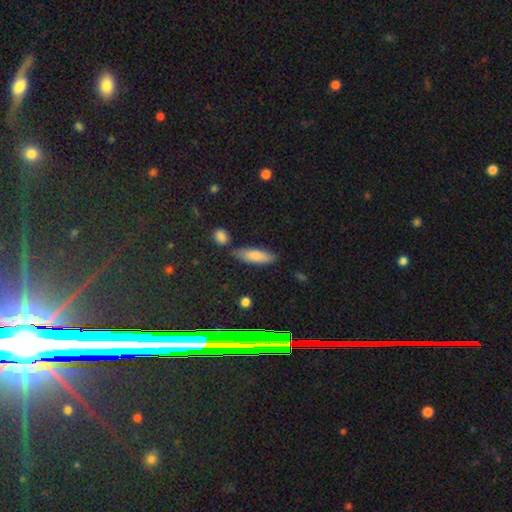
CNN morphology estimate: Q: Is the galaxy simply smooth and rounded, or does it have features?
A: smooth — 80%.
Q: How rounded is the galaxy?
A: in between — 54%.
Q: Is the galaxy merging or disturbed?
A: none — 72%.